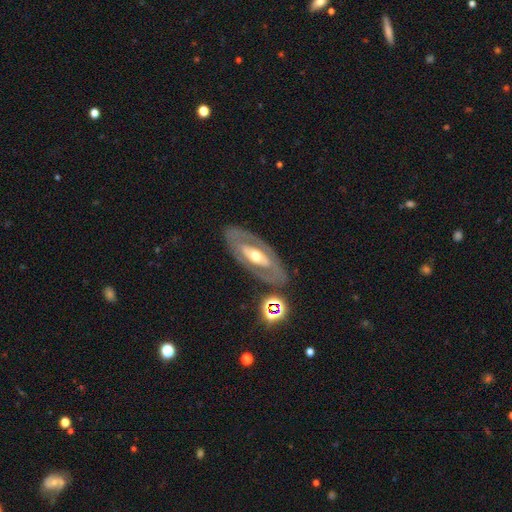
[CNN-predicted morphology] A featured or disk galaxy (70%) with no bar (61%), no spiral arms (74%) and a moderate central bulge (71%). Merging: none (81%).